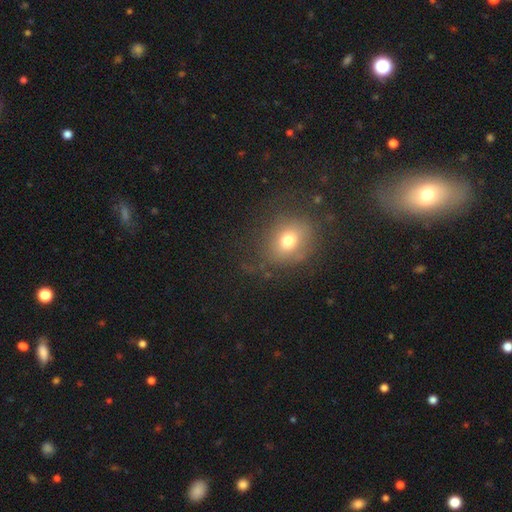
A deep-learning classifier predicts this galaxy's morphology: Q: Smooth or featured?
A: smooth (64%); runner-up: star or artifact (21%)
Q: How rounded?
A: round (63%); runner-up: in between (35%)
Q: Merging?
A: none (70%); runner-up: minor disturbance (18%)